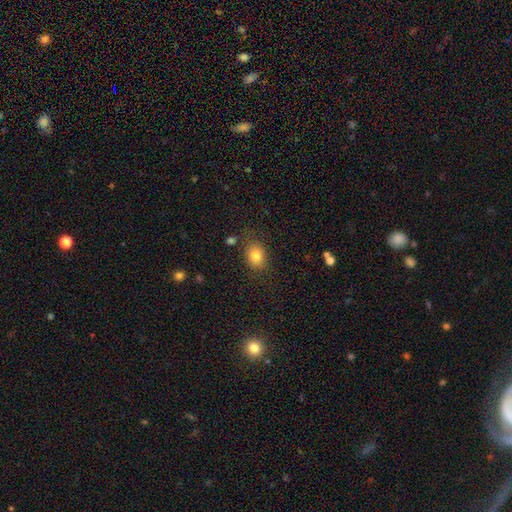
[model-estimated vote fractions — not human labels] Smooth or featured? Predicted: smooth (p=0.82). How rounded? Predicted: in between (p=0.61). Merging? Predicted: none (p=0.77).